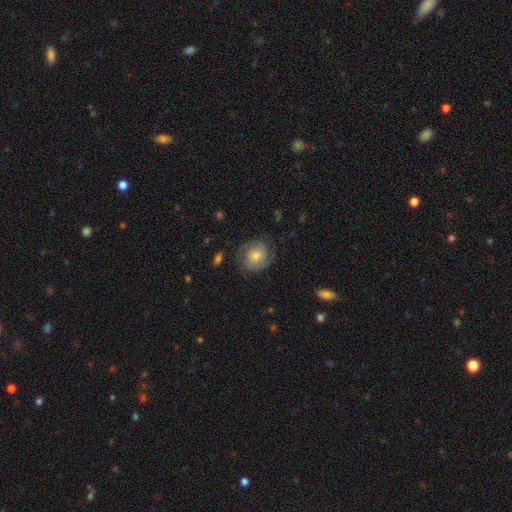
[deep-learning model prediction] Smooth or featured? Predicted: featured or disk (p=0.59). Edge-on disk? Predicted: no (p=0.97). Bar? Predicted: no (p=0.75). Spiral arms? Predicted: yes (p=0.87). Spiral winding? Predicted: tight (p=0.56). Spiral arm count? Predicted: 2 (p=0.65). Bulge size? Predicted: moderate (p=0.53). Merging? Predicted: none (p=0.76).